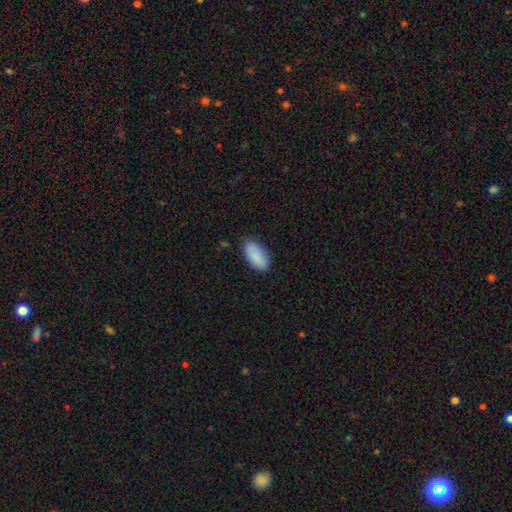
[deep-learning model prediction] This is clearly a smooth galaxy (89%). How rounded: clearly in between (92%). Merging: clearly none (81%).